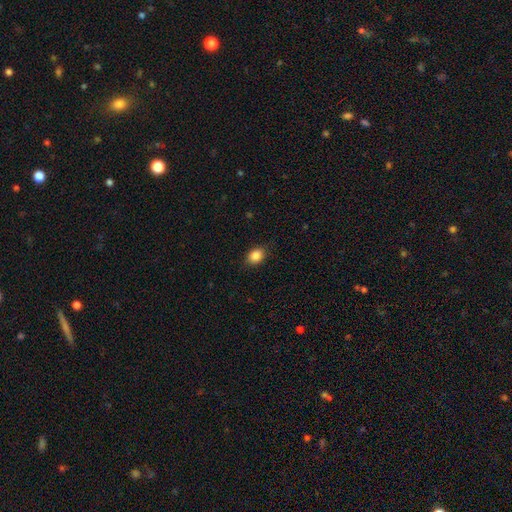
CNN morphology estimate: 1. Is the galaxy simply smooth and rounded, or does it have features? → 87% smooth, 9% star or artifact, 4% featured or disk.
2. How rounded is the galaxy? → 62% in between, 37% round, 1% cigar-shaped.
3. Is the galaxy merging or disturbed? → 85% none, 11% minor disturbance, 3% major disturbance, 1% merger.